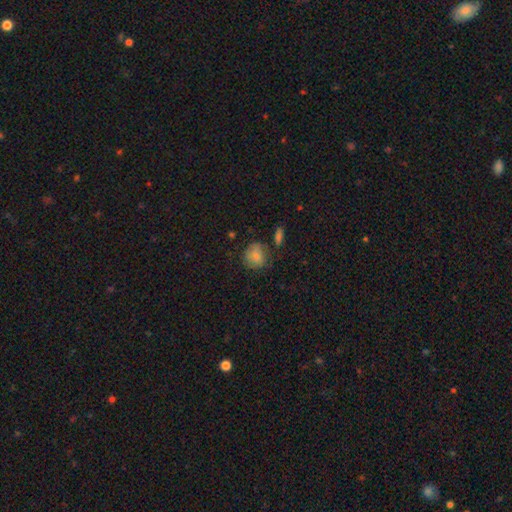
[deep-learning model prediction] smooth 80%, featured or disk 12%, star or artifact 8%. Down the decision tree: how rounded — round (75%); merging — none (65%).